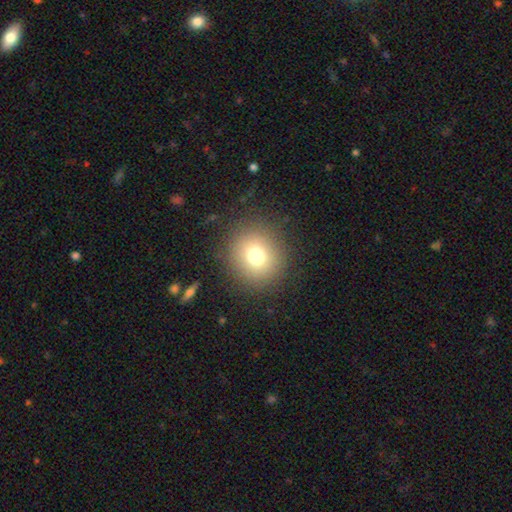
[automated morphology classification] type=smooth (73%); roundness=round (89%); merging=none (87%).